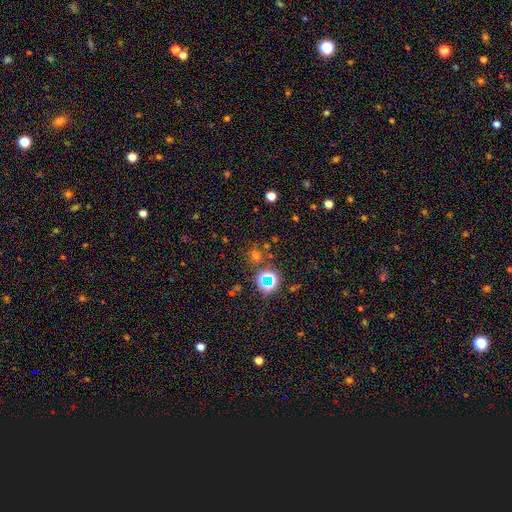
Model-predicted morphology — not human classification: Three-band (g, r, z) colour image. It shows a star or artifact, not a galaxy (53%).